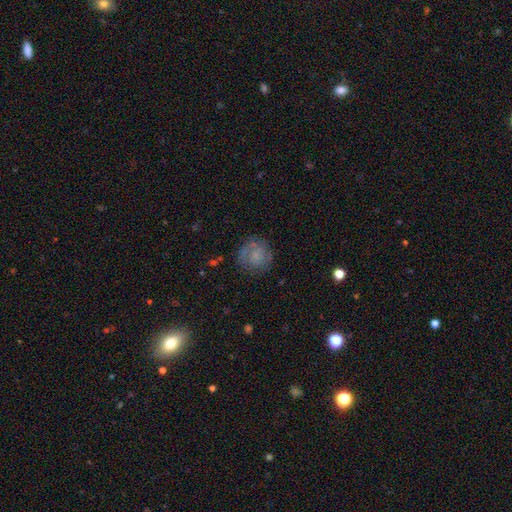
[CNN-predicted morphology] This appears to be a smooth galaxy with no disk features (55%) that is round (88%). Merging: none (73%).